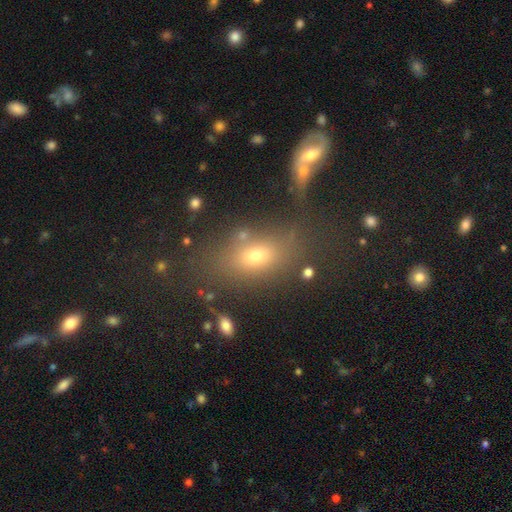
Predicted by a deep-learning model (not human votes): Q: Smooth or featured?
A: smooth (69%); runner-up: featured or disk (16%)
Q: How rounded?
A: in between (80%); runner-up: round (12%)
Q: Merging?
A: none (68%); runner-up: minor disturbance (14%)